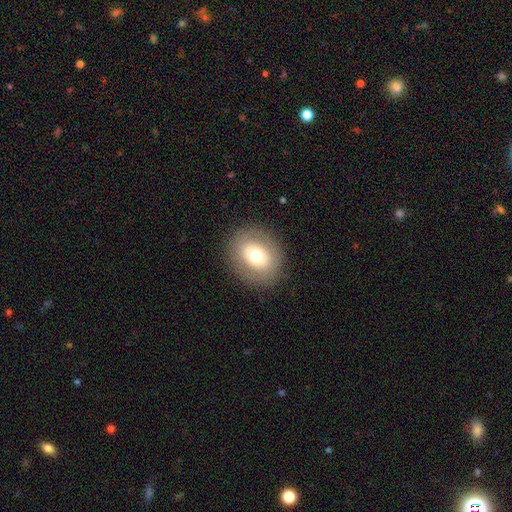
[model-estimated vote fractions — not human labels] Smooth or featured?
  - smooth: 65% *
  - featured or disk: 26%
  - star or artifact: 9%
How rounded?
  - round: 66% *
  - in between: 33%
  - cigar-shaped: 1%
Merging?
  - none: 86% *
  - minor disturbance: 9%
  - major disturbance: 4%
  - merger: 1%